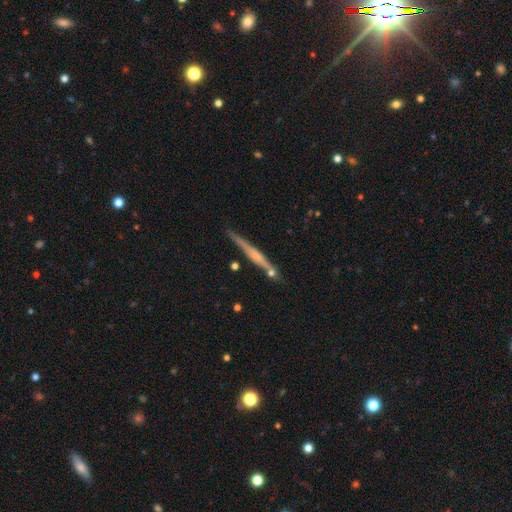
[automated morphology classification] Overall: featured or disk (65%; smooth 29%). Edge-on disk: yes (97%). Edge-on bulge: rounded (46%; none 37%). Merging: none (81%).